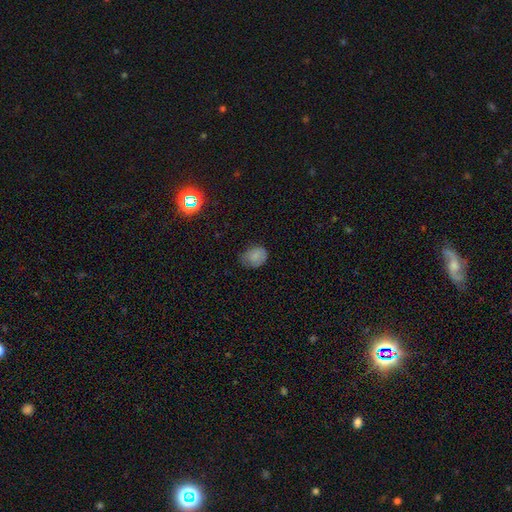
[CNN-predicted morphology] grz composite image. It shows a smooth galaxy with no disk features (80%) that is in between round and cigar-shaped (59%). Merging: none (59%).